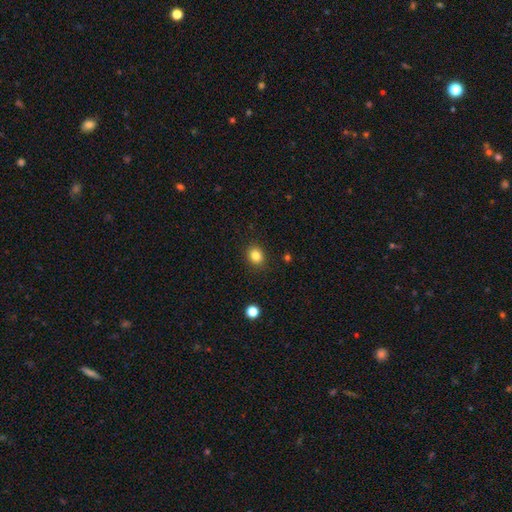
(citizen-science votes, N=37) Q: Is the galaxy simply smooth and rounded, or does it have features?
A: smooth — 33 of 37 (89%).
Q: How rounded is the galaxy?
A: round — 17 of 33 (52%).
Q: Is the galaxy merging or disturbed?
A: none — 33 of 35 (94%).